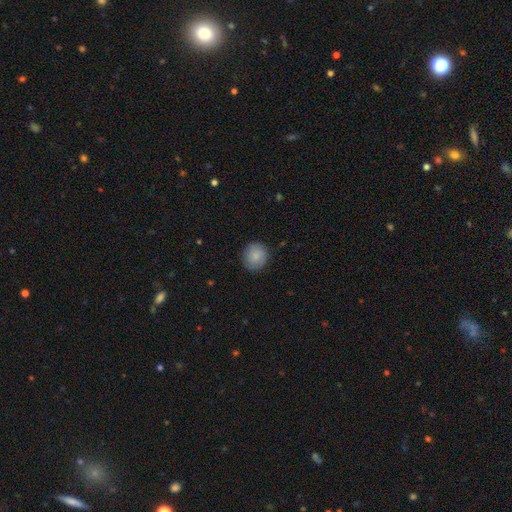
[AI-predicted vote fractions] A smooth galaxy with no disk features (86%) that is round (87%).

Vote fractions:
- Smooth or featured? smooth: 86% / featured or disk: 8% / star or artifact: 6%
- How rounded? round: 87% / in between: 12% / cigar-shaped: 1%
- Merging? none: 87% / minor disturbance: 10% / major disturbance: 2% / merger: 1%